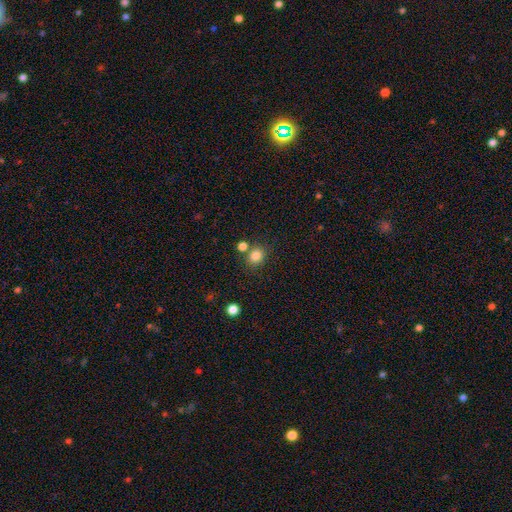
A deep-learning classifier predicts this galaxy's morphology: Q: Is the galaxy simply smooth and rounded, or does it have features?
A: smooth — 83%.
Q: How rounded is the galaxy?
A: round — 73%.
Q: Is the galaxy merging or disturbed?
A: none — 73%.